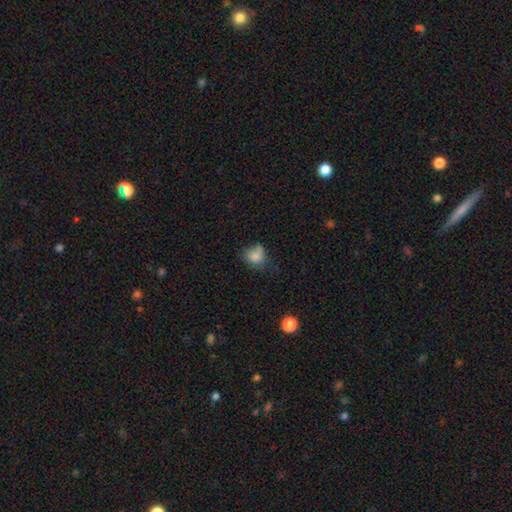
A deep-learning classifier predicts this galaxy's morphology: Smooth or featured: smooth — 81% (star or artifact — 11%)
How rounded: round — 68% (in between — 31%)
Merging: none — 48% (minor disturbance — 31%)